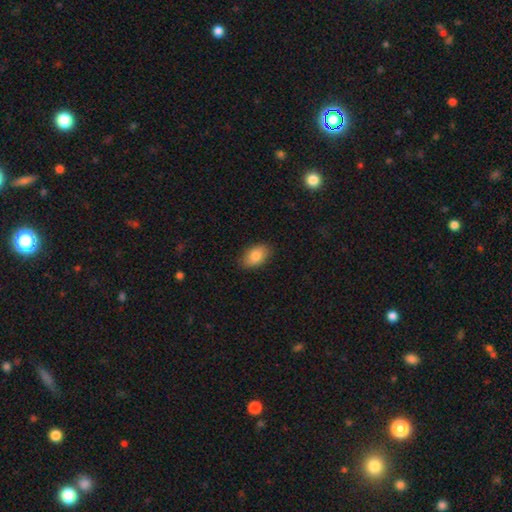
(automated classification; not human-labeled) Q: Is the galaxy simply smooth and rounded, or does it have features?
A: smooth — 83%.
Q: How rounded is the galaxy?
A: in between — 90%.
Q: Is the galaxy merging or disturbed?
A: none — 86%.